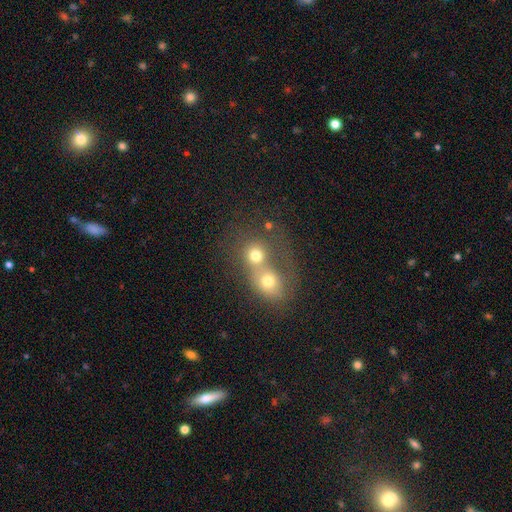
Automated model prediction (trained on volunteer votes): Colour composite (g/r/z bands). It shows a smooth galaxy with no disk features (67%) that is round (73%). Merging: merger (67%).